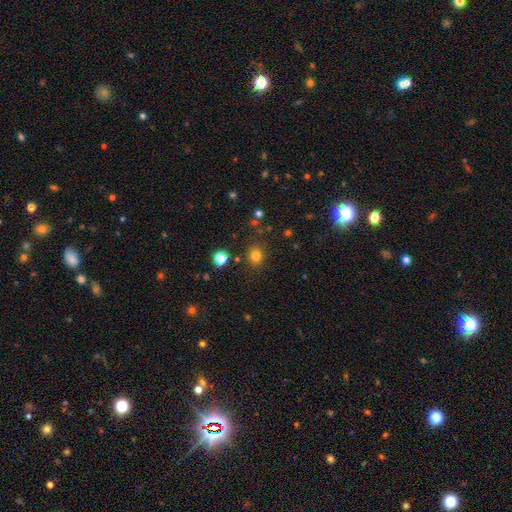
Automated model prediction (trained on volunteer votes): A smooth galaxy with no disk features (78%) that is round (69%).

Vote fractions:
- Smooth or featured? smooth: 78% / star or artifact: 16% / featured or disk: 6%
- How rounded? round: 69% / in between: 30% / cigar-shaped: 1%
- Merging? none: 83% / minor disturbance: 10% / major disturbance: 4% / merger: 4%